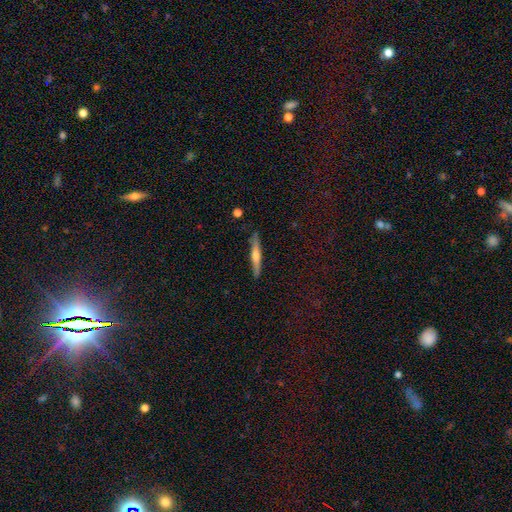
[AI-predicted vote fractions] smooth-or-featured: featured or disk: 53% | smooth: 40% | star or artifact: 7%
  disk-edge-on: yes: 95% | no: 5%
    edge-on-bulge: rounded: 76% | none: 16% | boxy: 8%
  merging: none: 87% | minor disturbance: 10% | major disturbance: 2% | merger: 2%